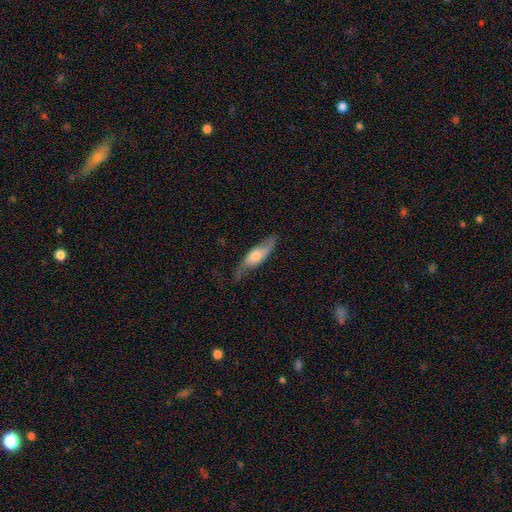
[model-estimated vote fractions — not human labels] smooth-or-featured: featured or disk: 61% | smooth: 33% | star or artifact: 6%
  disk-edge-on: no: 60% | yes: 40%
  merging: none: 68% | minor disturbance: 22% | major disturbance: 8% | merger: 2%